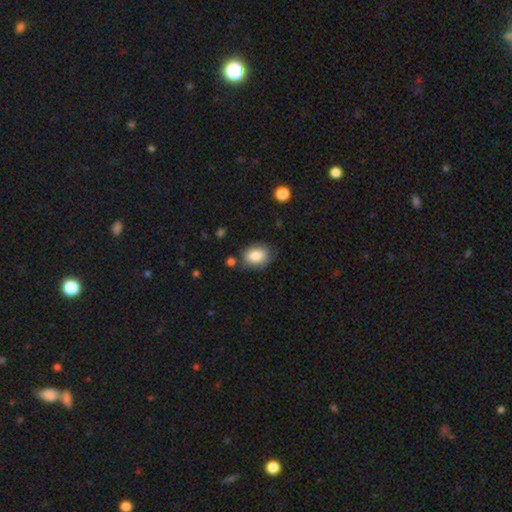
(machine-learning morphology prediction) type=smooth (82%); roundness=in between (75%); merging=none (68%).